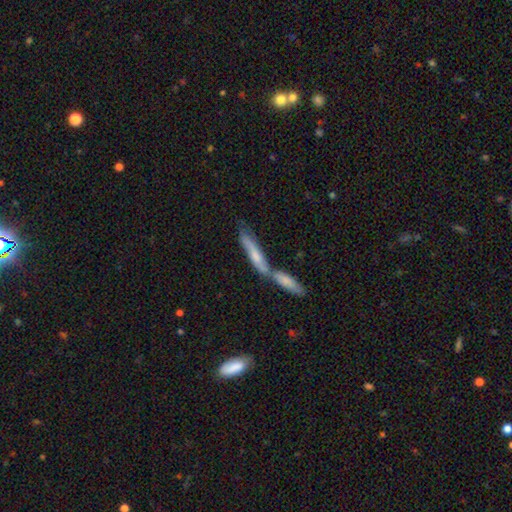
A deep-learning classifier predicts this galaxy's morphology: featured or disk 46% (tied), smooth 46% (tied), star or artifact 8%. Down the decision tree: merging — merger (57%).